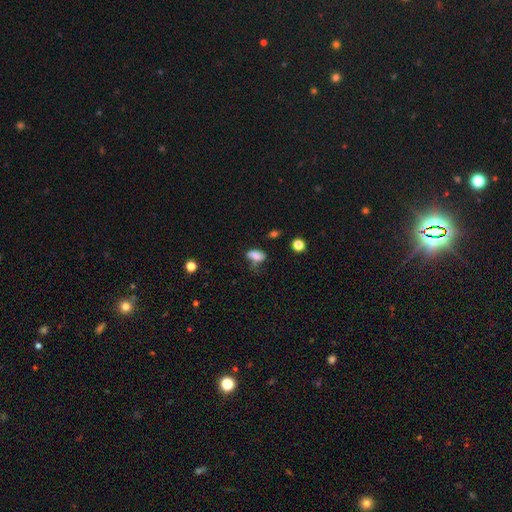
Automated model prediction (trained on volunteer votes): Morphology: type=smooth (71%); roundness=in between (87%); merging=none (33%).